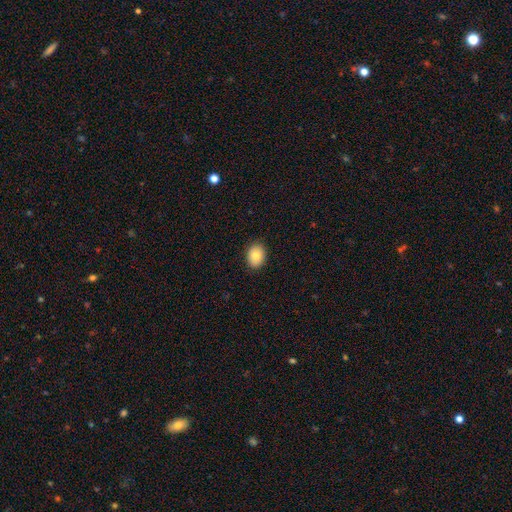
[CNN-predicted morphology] Q: Smooth or featured?
A: smooth (83%); runner-up: featured or disk (9%)
Q: How rounded?
A: in between (65%); runner-up: round (34%)
Q: Merging?
A: none (89%); runner-up: minor disturbance (9%)